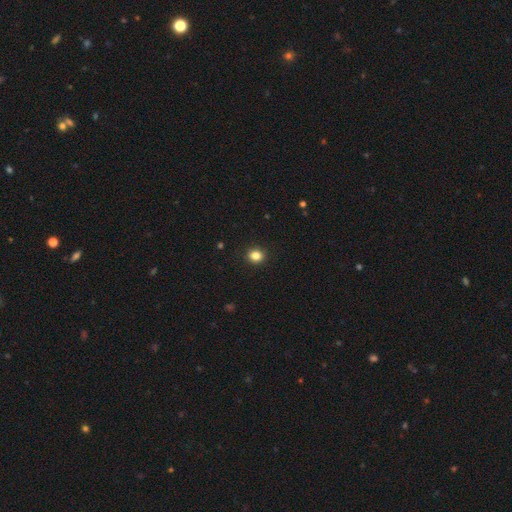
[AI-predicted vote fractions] Smooth or featured? smooth (85%)
How rounded? round (73%)
Merging? none (91%)